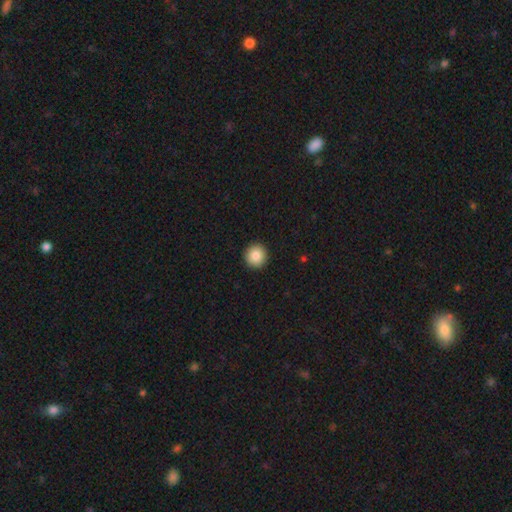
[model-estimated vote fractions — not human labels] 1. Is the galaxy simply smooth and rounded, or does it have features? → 86% smooth, 9% star or artifact, 5% featured or disk.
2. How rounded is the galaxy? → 94% round, 5% in between, 1% cigar-shaped.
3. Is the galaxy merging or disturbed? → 93% none, 5% minor disturbance, 1% major disturbance, 1% merger.